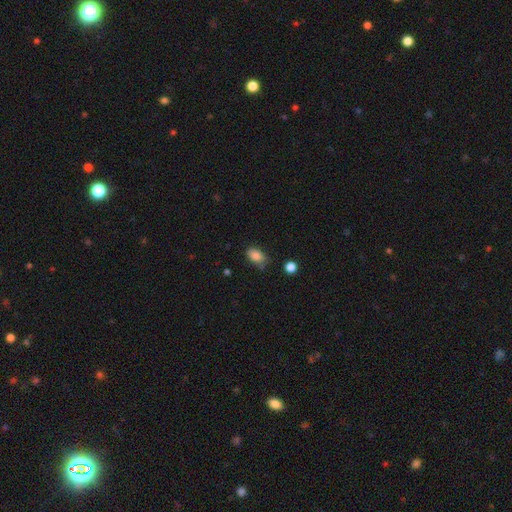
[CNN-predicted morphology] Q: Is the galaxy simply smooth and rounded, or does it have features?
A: smooth — 85%.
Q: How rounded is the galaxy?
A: in between — 88%.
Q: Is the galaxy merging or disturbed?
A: none — 63%.